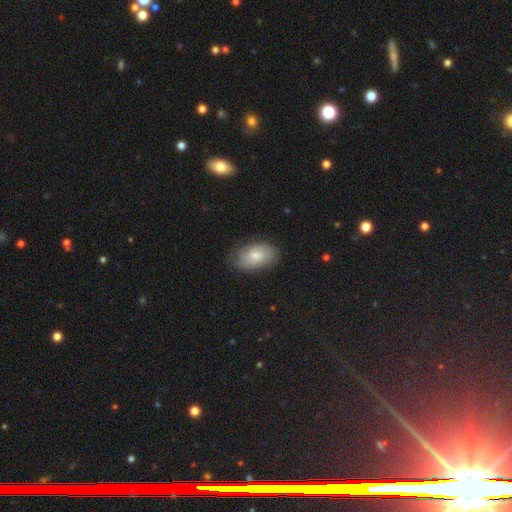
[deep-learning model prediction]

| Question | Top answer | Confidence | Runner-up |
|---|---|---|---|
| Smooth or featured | smooth | 59% | featured or disk (34%) |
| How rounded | in between | 92% | round (7%) |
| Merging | none | 71% | minor disturbance (22%) |